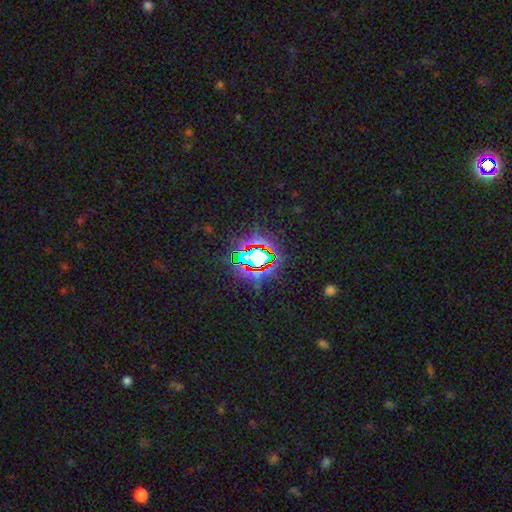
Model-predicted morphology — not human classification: Smooth or featured?
  - star or artifact: 75% *
  - smooth: 14%
  - featured or disk: 11%